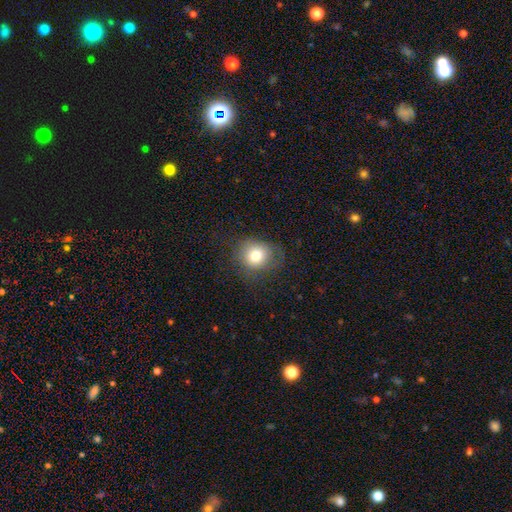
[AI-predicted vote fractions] Q: Smooth or featured?
A: smooth (79%); runner-up: star or artifact (11%)
Q: How rounded?
A: round (77%); runner-up: in between (22%)
Q: Merging?
A: none (72%); runner-up: minor disturbance (18%)